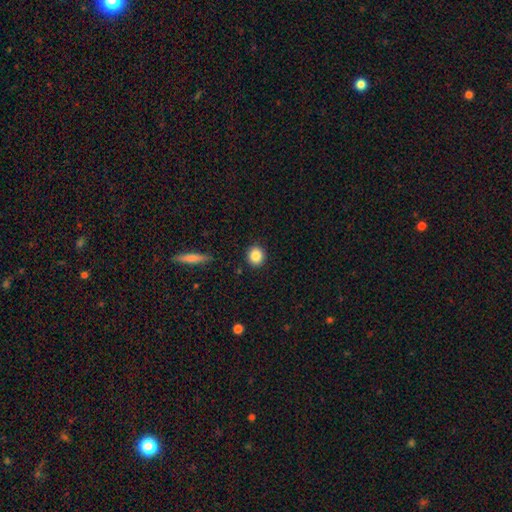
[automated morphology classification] This appears to be a smooth galaxy with no disk features (86%) that is round (83%). Merging: none (90%).